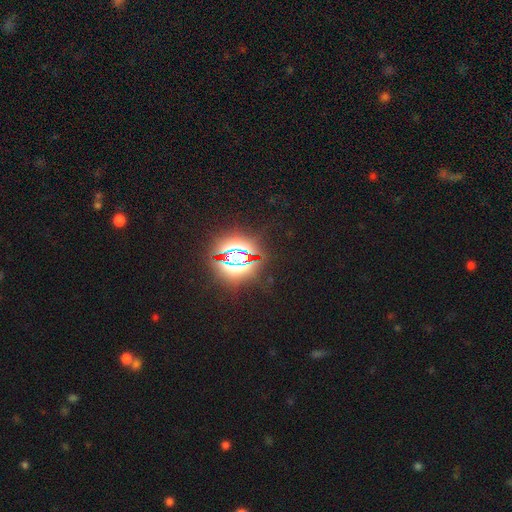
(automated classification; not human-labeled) Smooth or featured? Predicted: star or artifact (p=0.86).